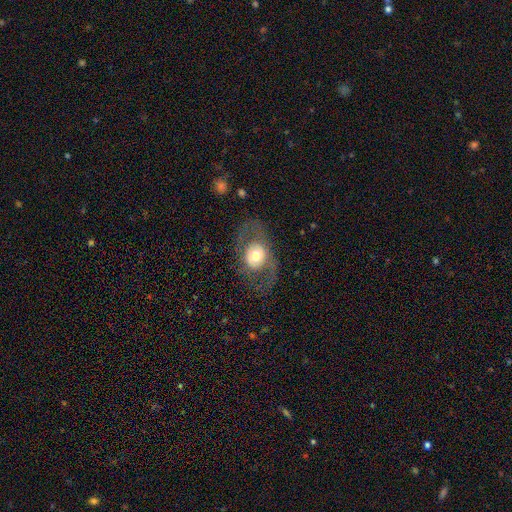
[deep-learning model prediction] This is possibly a featured or disk galaxy (52%). It is clearly not viewed edge-on (91%). Merging: likely none (69%).